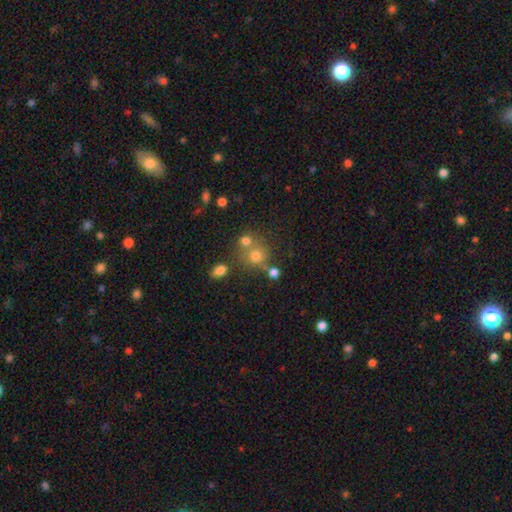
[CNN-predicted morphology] This appears to be a smooth galaxy with no disk features (68%) that is round (85%). Merging: none (57%).